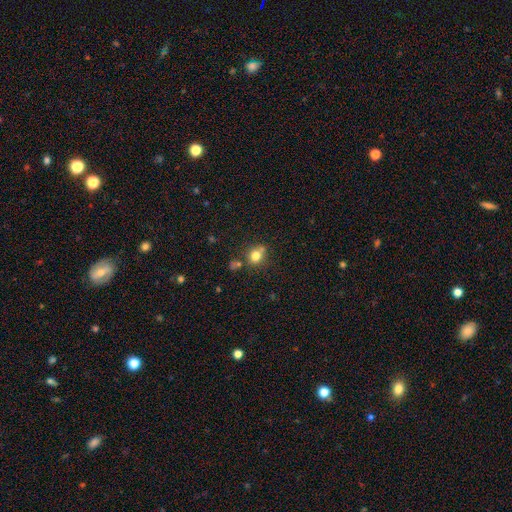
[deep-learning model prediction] Smooth or featured?
  - smooth: 78% *
  - star or artifact: 13%
  - featured or disk: 9%
How rounded?
  - round: 78% *
  - in between: 21%
  - cigar-shaped: 1%
Merging?
  - none: 66% *
  - merger: 16%
  - minor disturbance: 14%
  - major disturbance: 4%